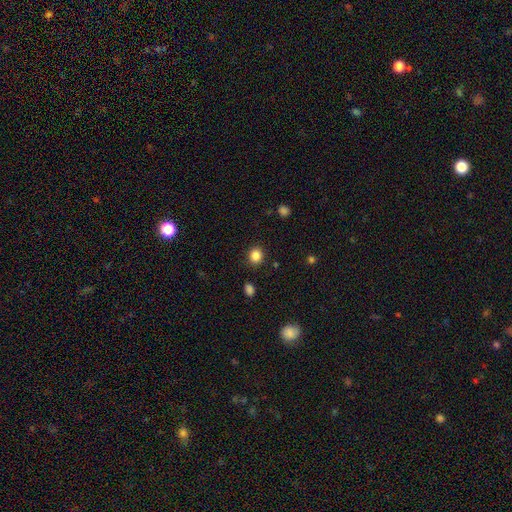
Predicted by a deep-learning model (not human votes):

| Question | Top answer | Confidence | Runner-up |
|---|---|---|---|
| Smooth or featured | smooth | 85% | star or artifact (11%) |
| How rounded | round | 75% | in between (24%) |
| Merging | none | 89% | minor disturbance (7%) |